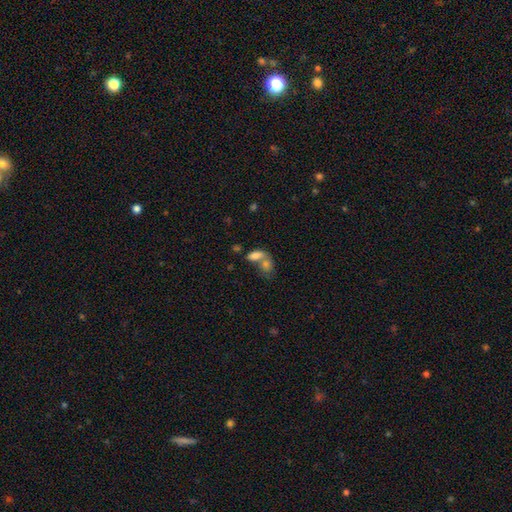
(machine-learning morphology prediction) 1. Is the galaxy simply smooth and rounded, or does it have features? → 76% smooth, 14% featured or disk, 10% star or artifact.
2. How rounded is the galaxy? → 83% in between, 9% round, 8% cigar-shaped.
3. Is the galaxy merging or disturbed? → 63% merger, 23% none, 8% minor disturbance, 6% major disturbance.